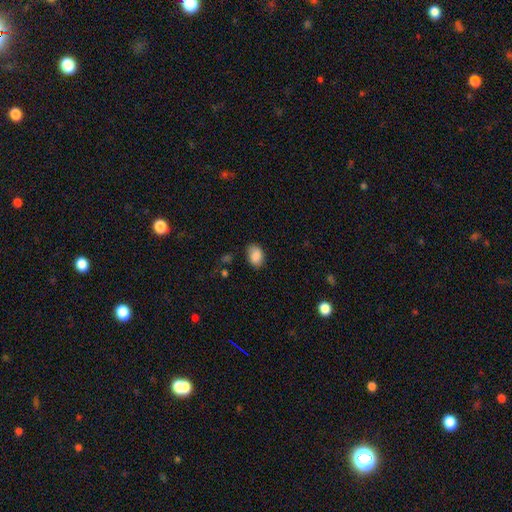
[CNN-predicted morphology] This appears to be a smooth galaxy with no disk features (88%) that is in between round and cigar-shaped (76%). Merging: none (76%).